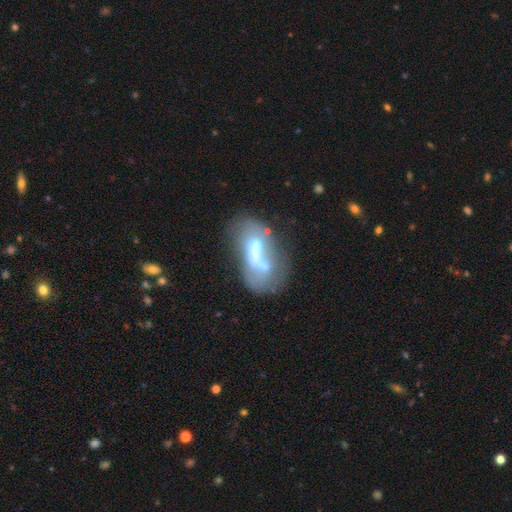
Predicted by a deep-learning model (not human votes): smooth-or-featured: featured or disk: 59% | smooth: 31% | star or artifact: 11%
  disk-edge-on: no: 95% | yes: 5%
    bar: no: 64% | weak: 25% | strong: 11%
    has-spiral-arms: no: 63% | yes: 37%
    bulge-size: moderate: 49% | small: 26% | none: 13% | large: 9% | dominant: 3%
  merging: merger: 40% | major disturbance: 26% | none: 21% | minor disturbance: 13%